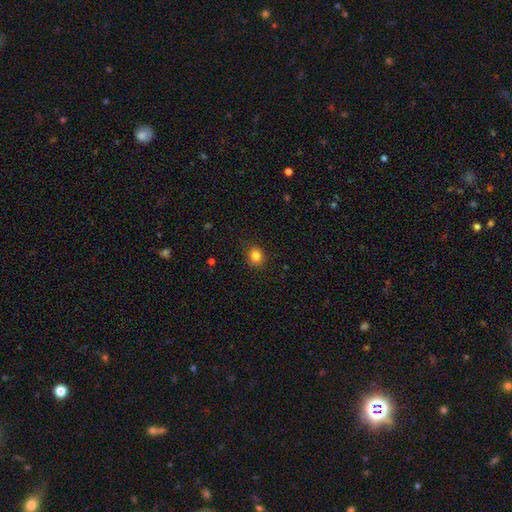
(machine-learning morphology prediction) A smooth galaxy with no disk features (83%) that is round (74%).

Vote fractions:
- Smooth or featured? smooth: 83% / star or artifact: 11% / featured or disk: 5%
- How rounded? round: 74% / in between: 25% / cigar-shaped: 1%
- Merging? none: 88% / minor disturbance: 9% / major disturbance: 2% / merger: 1%